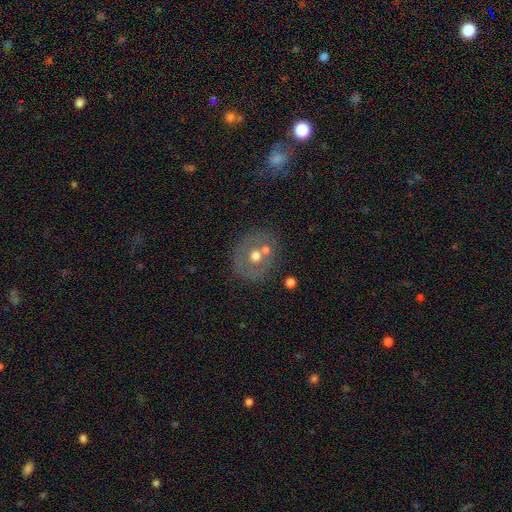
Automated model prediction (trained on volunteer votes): A smooth galaxy with no disk features (49%).

Vote fractions:
- Smooth or featured? smooth: 49% / featured or disk: 40% / star or artifact: 11%
- Merging? none: 62% / merger: 20% / minor disturbance: 13% / major disturbance: 6%